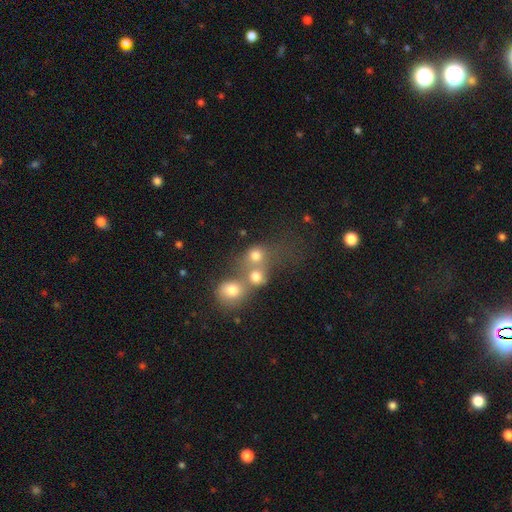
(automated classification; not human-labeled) smooth_or_featured: smooth (p=0.72) [alt: star or artifact p=0.15]
how_rounded: round (p=0.79) [alt: in between p=0.19]
merging: merger (p=0.49) [alt: none p=0.37]